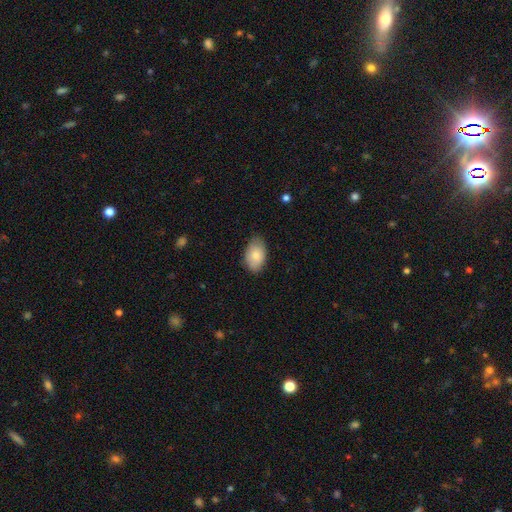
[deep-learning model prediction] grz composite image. It shows a smooth galaxy with no disk features (81%) that is in between round and cigar-shaped (92%). Merging: none (75%).